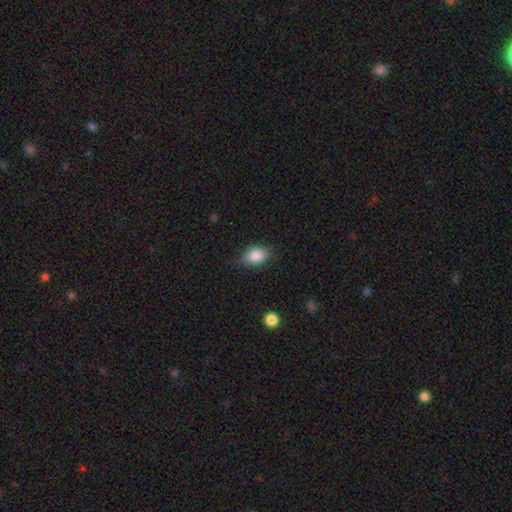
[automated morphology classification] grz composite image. It shows a smooth galaxy with no disk features (84%) that is in between round and cigar-shaped (81%). Merging: none (76%).